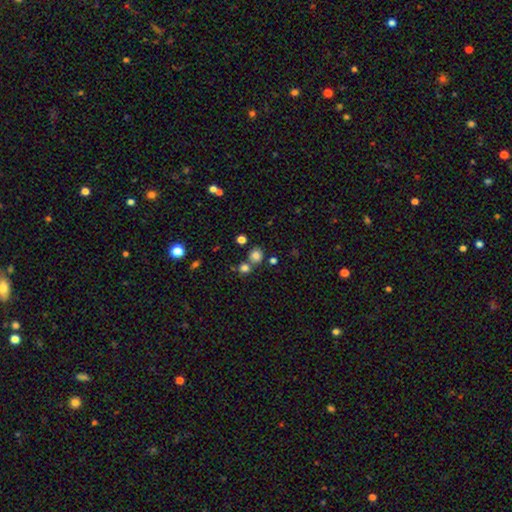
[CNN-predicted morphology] smooth-or-featured: smooth: 78% | star or artifact: 15% | featured or disk: 7%
  how-rounded: round: 82% | in between: 17% | cigar-shaped: 1%
  merging: none: 65% | merger: 23% | minor disturbance: 9% | major disturbance: 3%